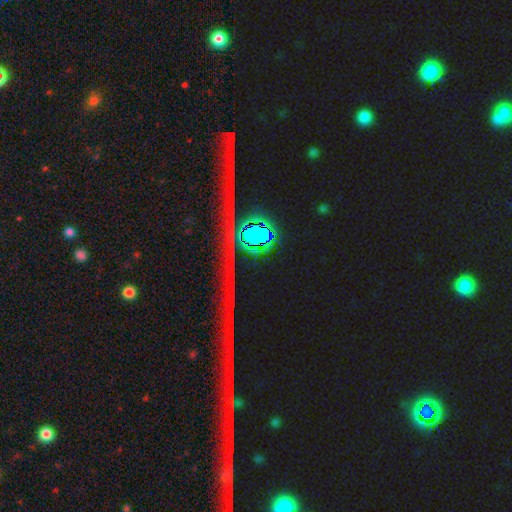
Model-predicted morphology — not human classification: smooth-or-featured: star or artifact: 84% | featured or disk: 8% | smooth: 7%